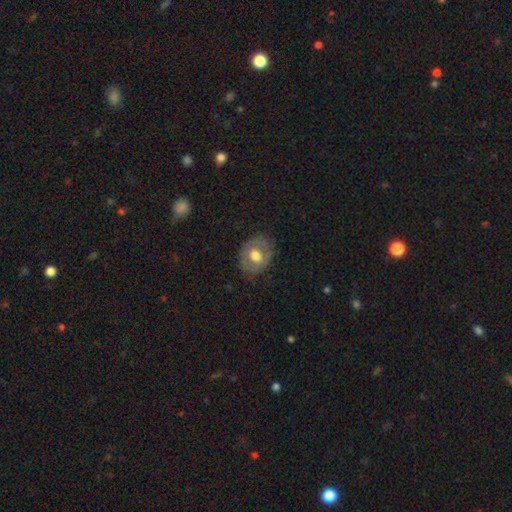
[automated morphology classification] This appears to be a smooth galaxy with no disk features (52%) that is in between round and cigar-shaped (51%). Merging: none (72%).